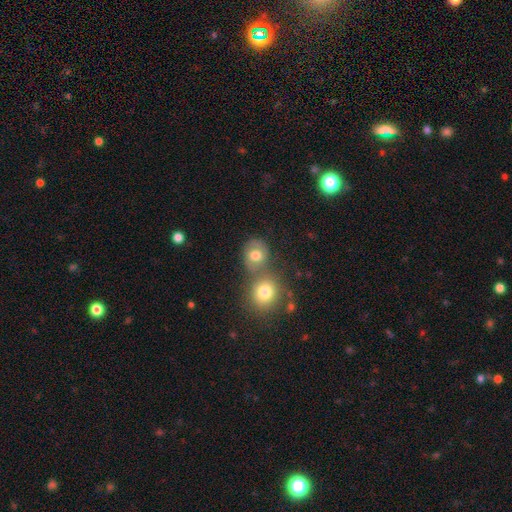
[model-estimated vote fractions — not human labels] smooth-or-featured: smooth: 70% | featured or disk: 18% | star or artifact: 12%
  how-rounded: round: 74% | in between: 24% | cigar-shaped: 1%
  merging: none: 48% | merger: 36% | minor disturbance: 11% | major disturbance: 5%